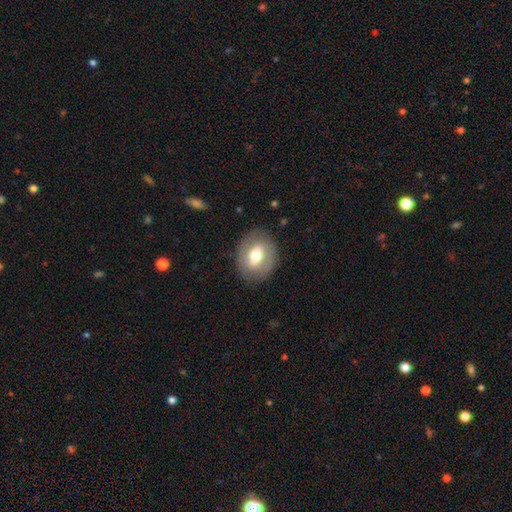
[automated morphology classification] This is possibly a smooth galaxy (52%). How rounded: possibly in between (60%). Merging: clearly none (81%).